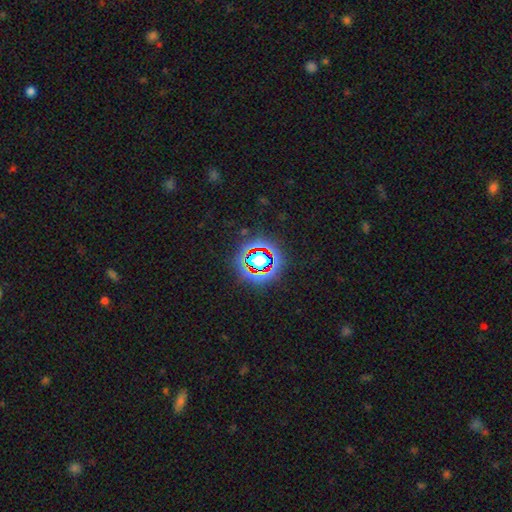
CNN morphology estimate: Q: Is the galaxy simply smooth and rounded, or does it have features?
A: star or artifact — 75%.